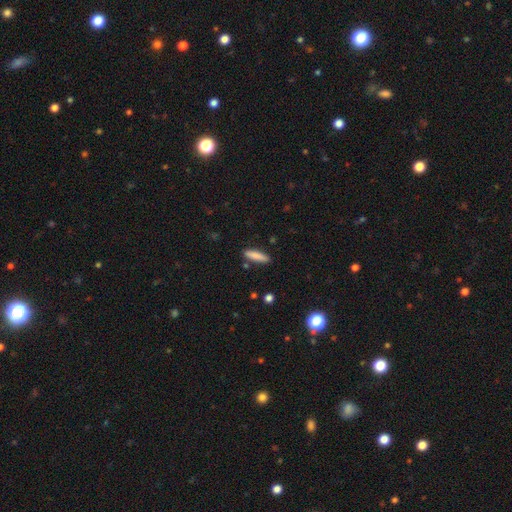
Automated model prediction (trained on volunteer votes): Morphology: type=smooth (85%); roundness=cigar-shaped (73%); merging=none (86%).